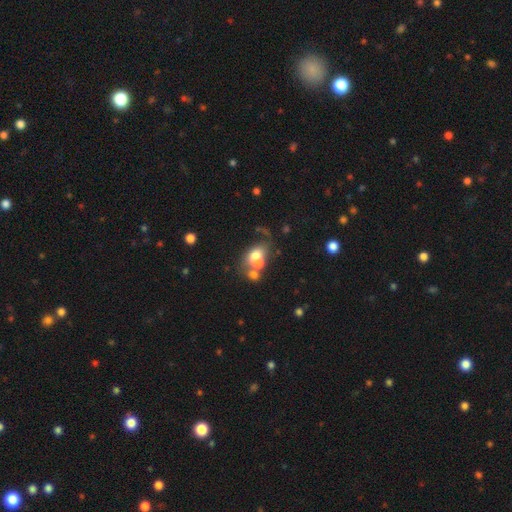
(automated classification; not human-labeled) smooth 57%, featured or disk 31%, star or artifact 12%. Down the decision tree: how rounded — in between (54%); merging — merger (62%).